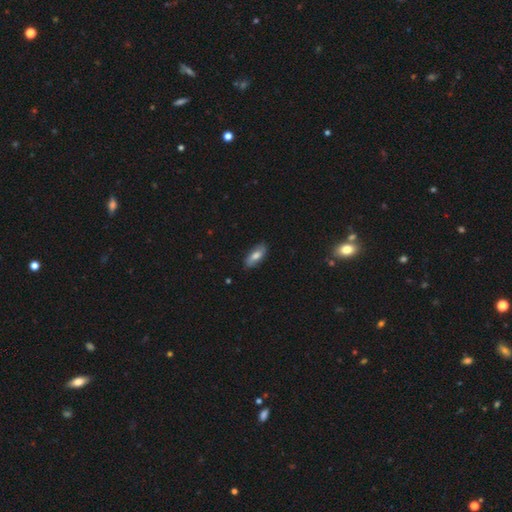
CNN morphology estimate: A smooth galaxy with no disk features (66%) that is in between round and cigar-shaped (80%).

Vote fractions:
- Smooth or featured? smooth: 66% / featured or disk: 28% / star or artifact: 6%
- How rounded? in between: 80% / cigar-shaped: 17% / round: 3%
- Merging? none: 85% / minor disturbance: 12% / major disturbance: 2% / merger: 1%